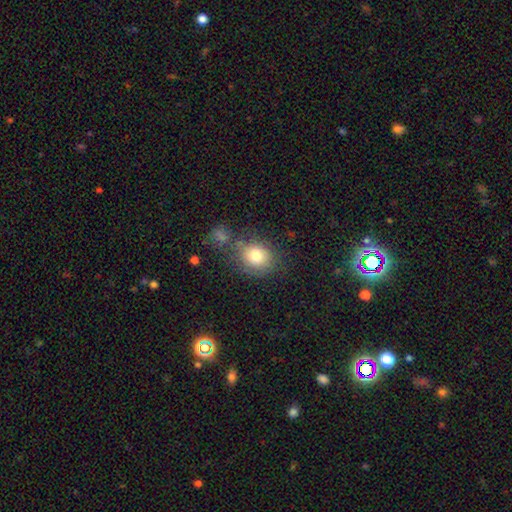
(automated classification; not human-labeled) smooth-or-featured: smooth: 77% | featured or disk: 12% | star or artifact: 11%
  how-rounded: round: 69% | in between: 30% | cigar-shaped: 1%
  merging: none: 63% | minor disturbance: 16% | merger: 14% | major disturbance: 8%